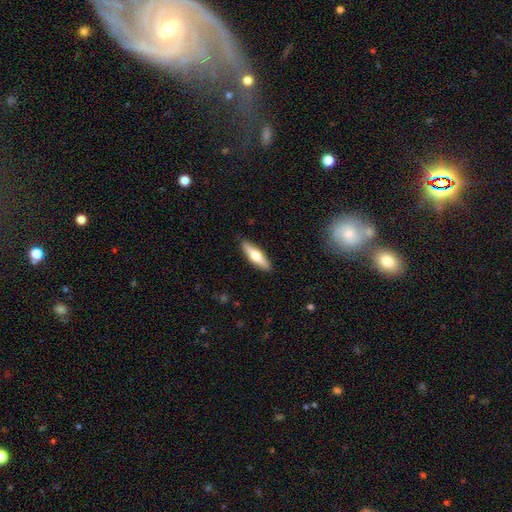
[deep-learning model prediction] A smooth galaxy with no disk features (59%) that is cigar-shaped (62%).

Vote fractions:
- Smooth or featured? smooth: 59% / featured or disk: 36% / star or artifact: 5%
- How rounded? cigar-shaped: 62% / in between: 36% / round: 2%
- Merging? none: 89% / minor disturbance: 8% / major disturbance: 2% / merger: 1%